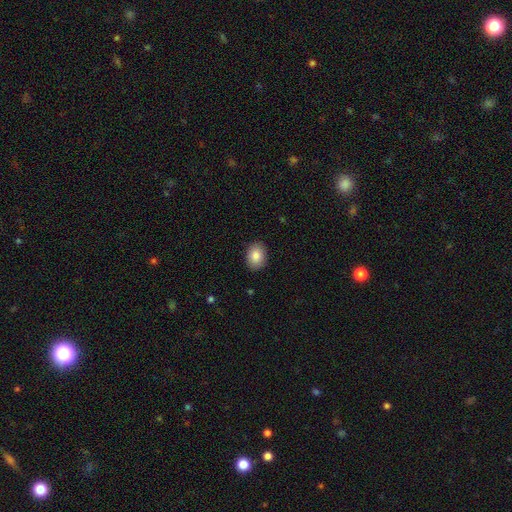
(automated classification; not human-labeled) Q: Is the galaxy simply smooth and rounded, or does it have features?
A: smooth — 86%.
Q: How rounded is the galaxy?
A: in between — 69%.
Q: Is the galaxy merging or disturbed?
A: none — 89%.